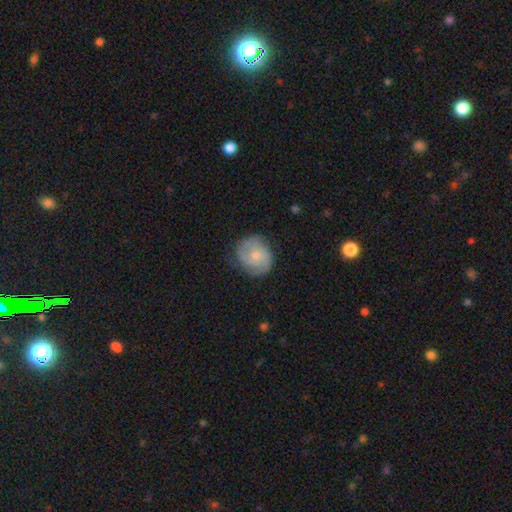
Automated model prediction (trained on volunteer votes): smooth_or_featured: featured or disk (p=0.49) [alt: smooth p=0.45]
merging: none (p=0.74) [alt: minor disturbance p=0.19]